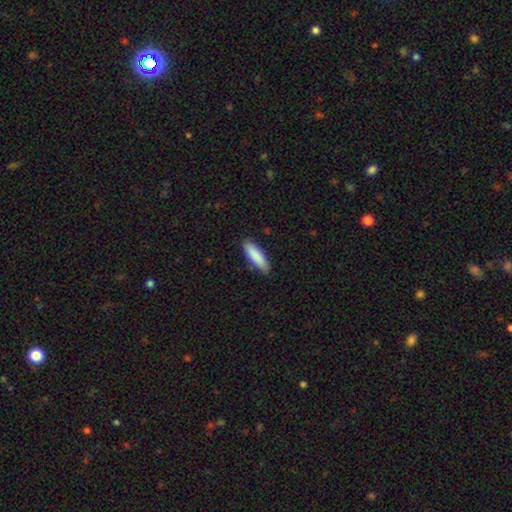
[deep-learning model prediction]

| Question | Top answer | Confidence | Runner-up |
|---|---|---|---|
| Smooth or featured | smooth | 89% | featured or disk (6%) |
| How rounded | cigar-shaped | 53% | in between (45%) |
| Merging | none | 86% | minor disturbance (11%) |